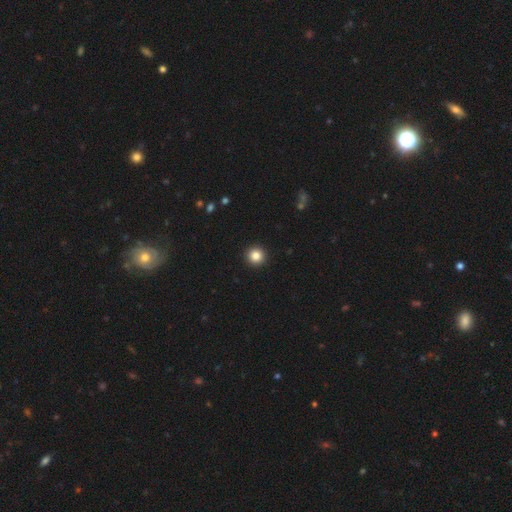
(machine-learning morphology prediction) This appears to be a smooth galaxy with no disk features (85%) that is round (96%). Merging: none (94%).